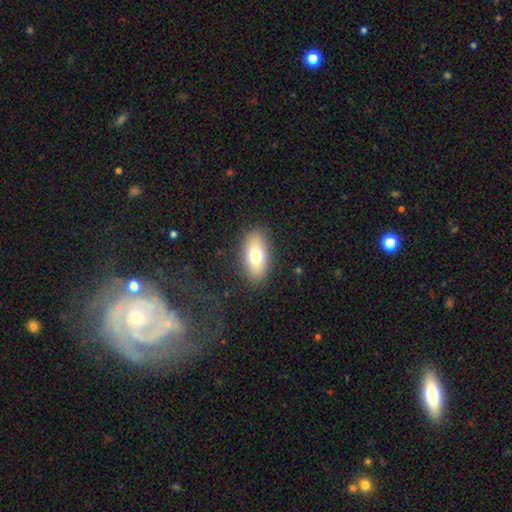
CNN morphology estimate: type=smooth (73%); roundness=in between (90%); merging=none (86%).